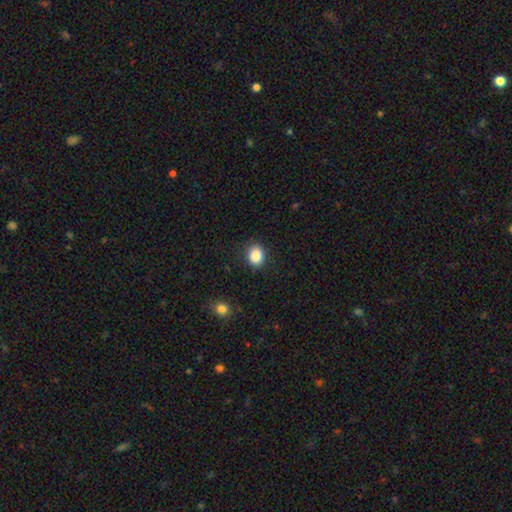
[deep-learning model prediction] A smooth galaxy with no disk features (87%) that is round (57%).

Vote fractions:
- Smooth or featured? smooth: 87% / star or artifact: 9% / featured or disk: 4%
- How rounded? round: 57% / in between: 42% / cigar-shaped: 1%
- Merging? none: 85% / minor disturbance: 11% / major disturbance: 3% / merger: 1%